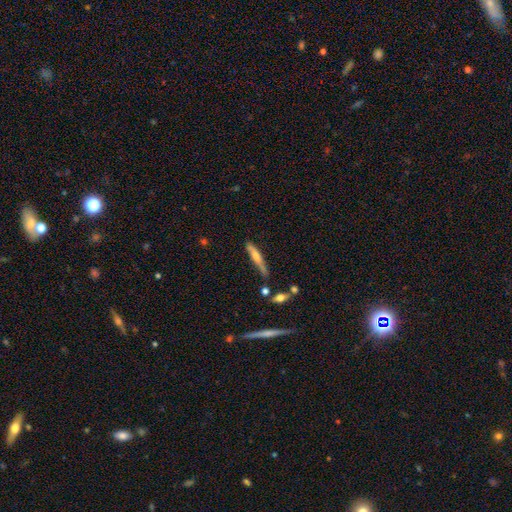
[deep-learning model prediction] Smooth or featured?
  - featured or disk: 47% *
  - smooth: 46%
  - star or artifact: 7%
Merging?
  - none: 65% *
  - minor disturbance: 23%
  - merger: 6%
  - major disturbance: 6%